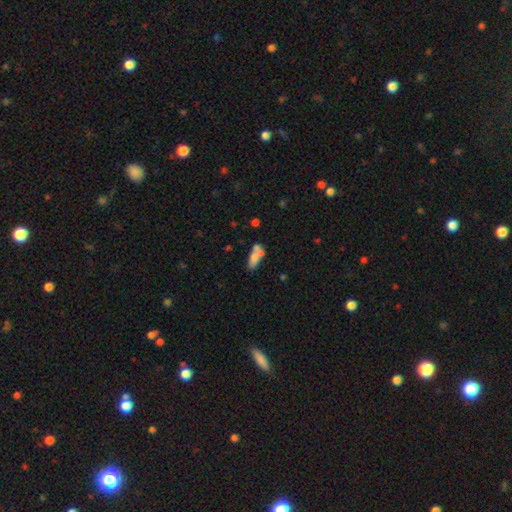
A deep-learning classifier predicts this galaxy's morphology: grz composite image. It shows a smooth galaxy with no disk features (65%) that is in between round and cigar-shaped (72%). Merging: none (38%).